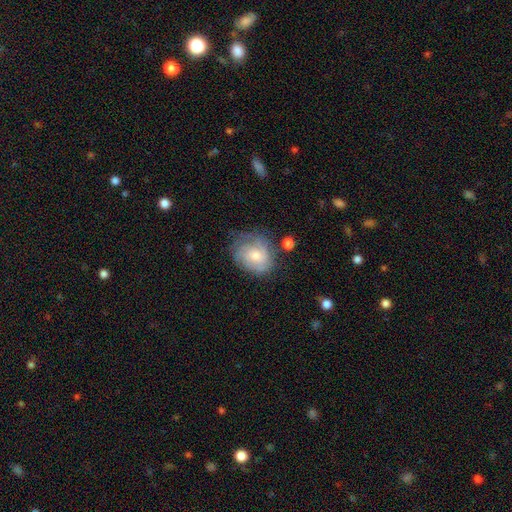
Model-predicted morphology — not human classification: type=featured or disk (58%); edge-on=no (97%); bar=no (73%); spiral arms=yes (86%); bulge=moderate (49%); merging=none (63%).